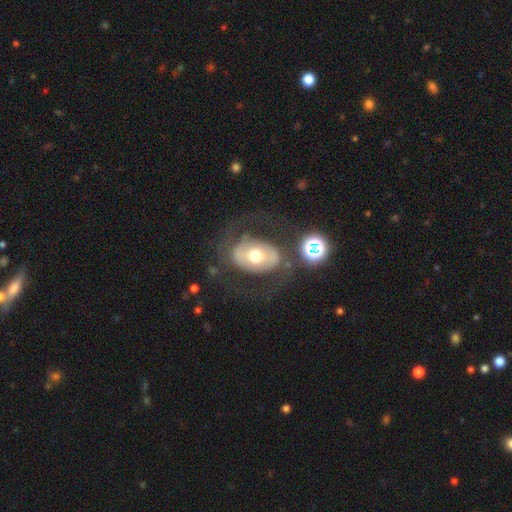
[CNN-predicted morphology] This is possibly a featured or disk galaxy (52%). It is clearly not viewed edge-on (93%). Merging: likely none (66%).